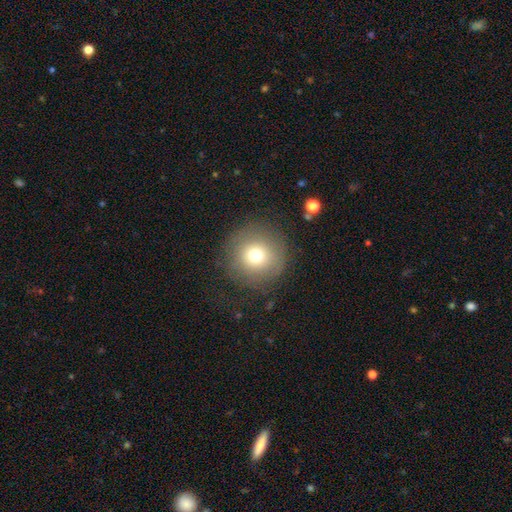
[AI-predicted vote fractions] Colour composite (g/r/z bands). It shows a smooth galaxy with no disk features (72%) that is round (96%). Merging: none (84%).